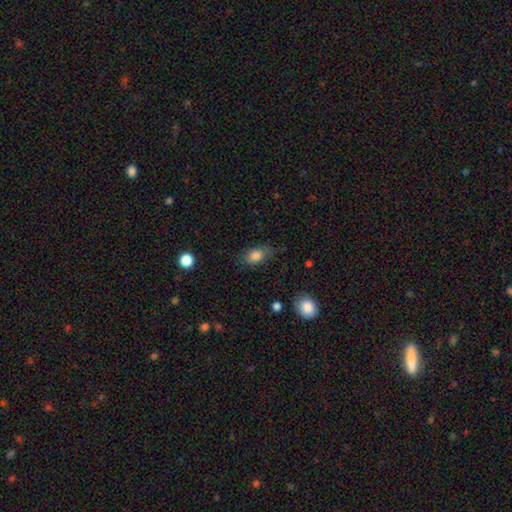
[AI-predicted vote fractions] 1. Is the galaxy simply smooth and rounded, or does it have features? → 82% smooth, 9% star or artifact, 9% featured or disk.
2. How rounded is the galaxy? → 82% in between, 14% round, 4% cigar-shaped.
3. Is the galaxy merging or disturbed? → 59% none, 28% minor disturbance, 10% major disturbance, 2% merger.